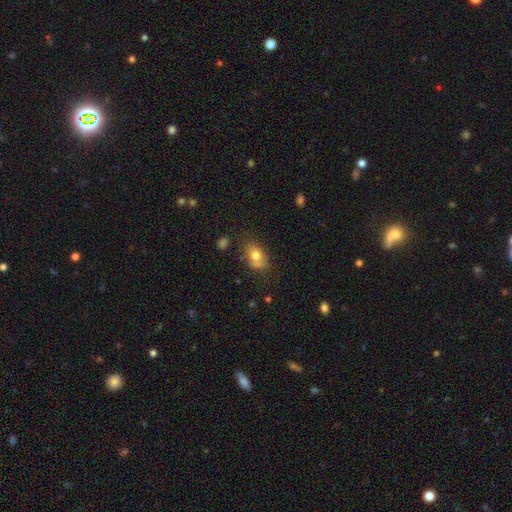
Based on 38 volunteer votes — smooth_or_featured: smooth (p=0.71) [alt: featured or disk p=0.18]
how_rounded: in between (p=0.70) [alt: round p=0.26]
merging: none (p=0.56) [alt: minor disturbance p=0.29]